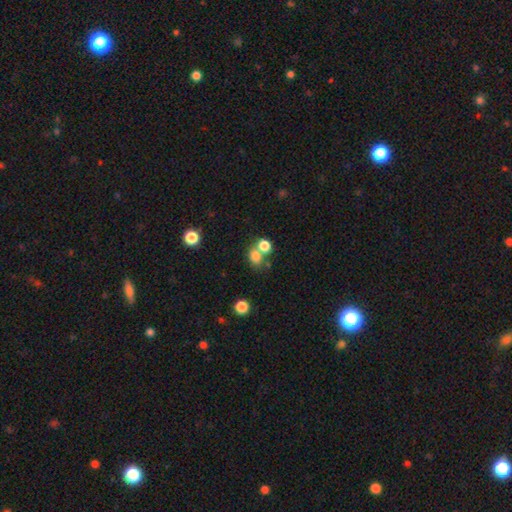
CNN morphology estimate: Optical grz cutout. It shows a smooth galaxy with no disk features (77%) that is round (51%). Merging: none (44%).